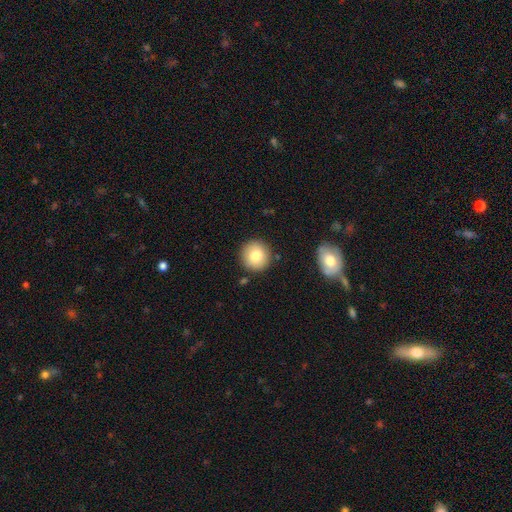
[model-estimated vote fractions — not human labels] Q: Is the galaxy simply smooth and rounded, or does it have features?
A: smooth — 81%.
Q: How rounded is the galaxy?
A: round — 94%.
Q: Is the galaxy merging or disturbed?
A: none — 87%.